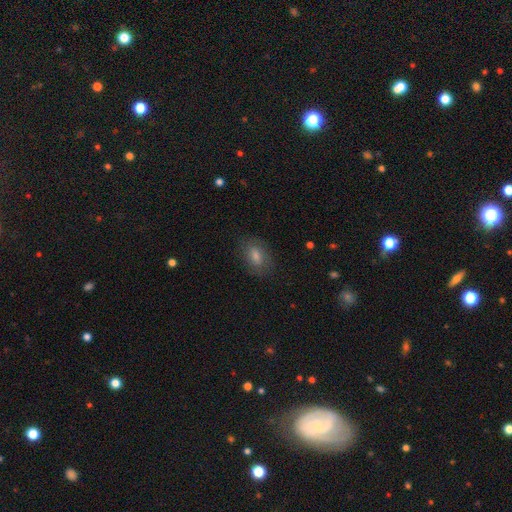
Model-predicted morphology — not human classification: type=smooth (67%); roundness=in between (85%); merging=none (80%).